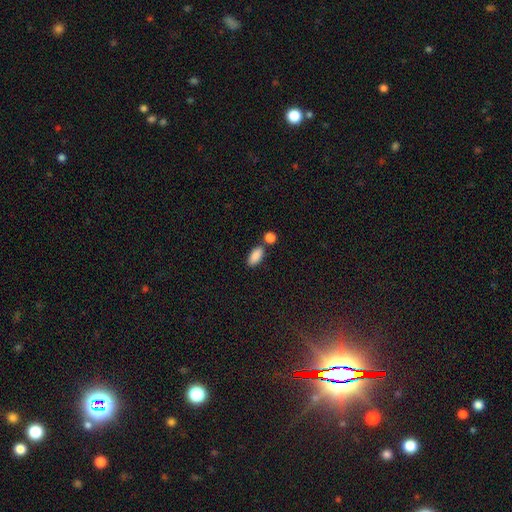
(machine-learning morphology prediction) A smooth galaxy with no disk features (87%) that is in between round and cigar-shaped (86%).

Vote fractions:
- Smooth or featured? smooth: 87% / star or artifact: 7% / featured or disk: 5%
- How rounded? in between: 86% / cigar-shaped: 11% / round: 3%
- Merging? none: 67% / merger: 18% / minor disturbance: 12% / major disturbance: 3%